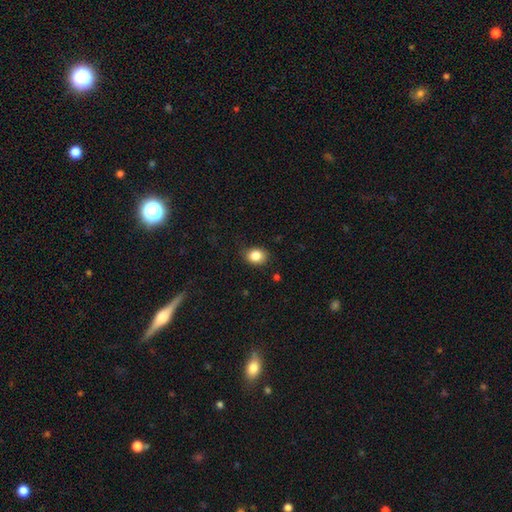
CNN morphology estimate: type=smooth (85%); roundness=in between (52%); merging=none (81%).